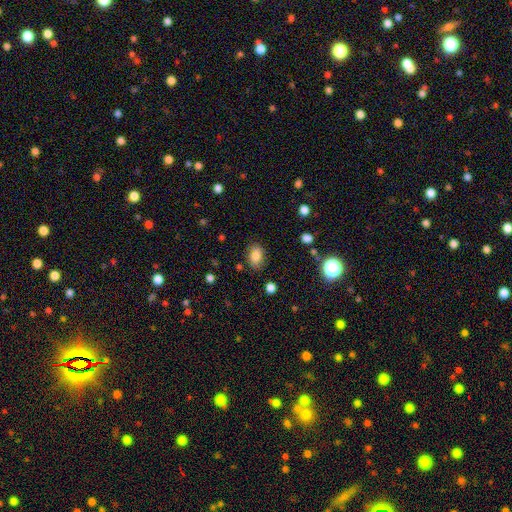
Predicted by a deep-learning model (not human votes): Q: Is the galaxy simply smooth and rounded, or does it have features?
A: smooth — 84%.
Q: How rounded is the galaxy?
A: in between — 81%.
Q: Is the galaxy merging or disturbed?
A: none — 81%.